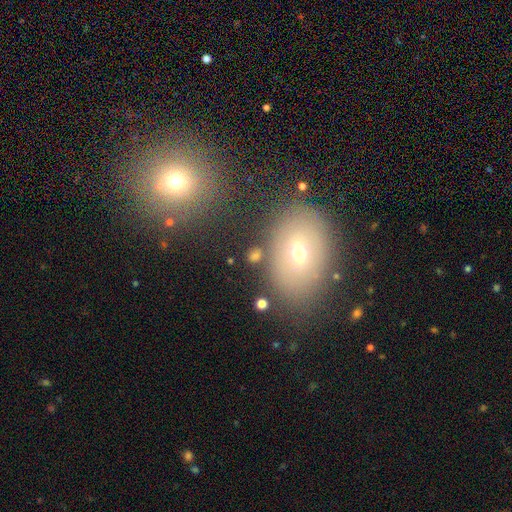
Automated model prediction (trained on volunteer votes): smooth-or-featured: smooth: 58% | featured or disk: 26% | star or artifact: 16%
  how-rounded: in between: 72% | round: 26% | cigar-shaped: 3%
  merging: none: 74% | minor disturbance: 13% | merger: 7% | major disturbance: 6%